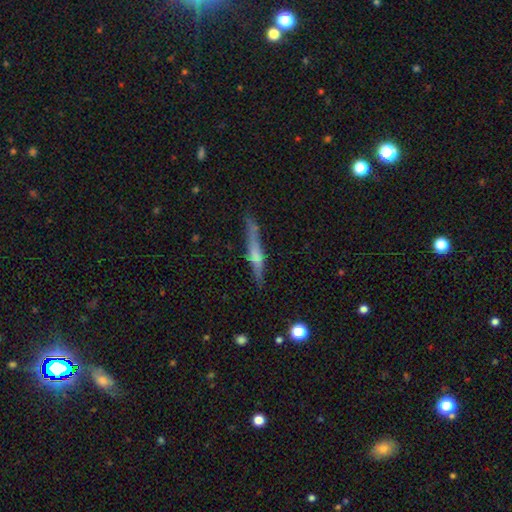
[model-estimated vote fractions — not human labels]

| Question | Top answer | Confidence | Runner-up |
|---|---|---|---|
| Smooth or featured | featured or disk | 56% | smooth (37%) |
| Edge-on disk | yes | 95% | no (5%) |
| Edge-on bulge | rounded | 57% | boxy (22%) |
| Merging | none | 80% | minor disturbance (15%) |